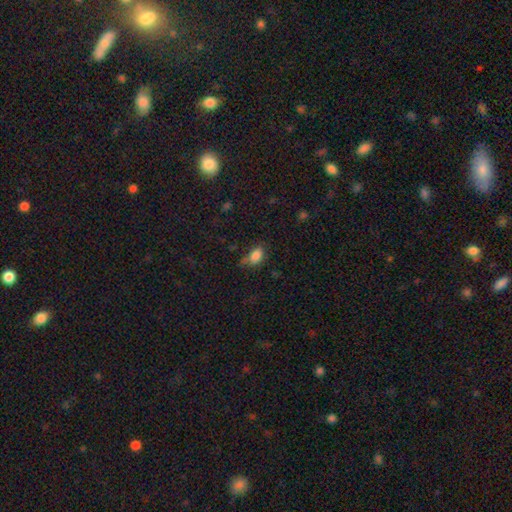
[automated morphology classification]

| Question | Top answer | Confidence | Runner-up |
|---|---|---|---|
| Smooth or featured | smooth | 84% | star or artifact (10%) |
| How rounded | in between | 86% | round (11%) |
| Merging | none | 57% | minor disturbance (30%) |